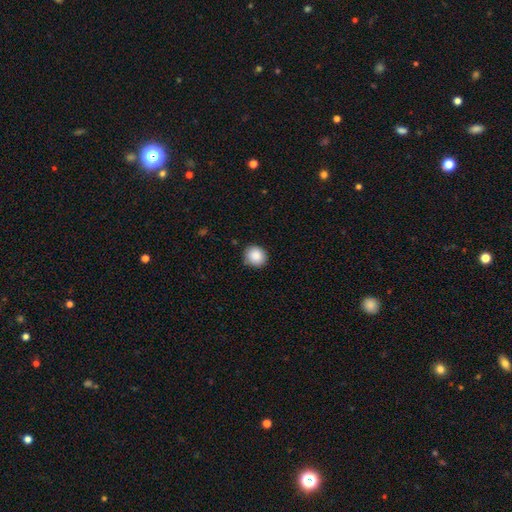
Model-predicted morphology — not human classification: Smooth or featured: smooth — 88% (star or artifact — 8%)
How rounded: round — 84% (in between — 15%)
Merging: none — 85% (minor disturbance — 12%)